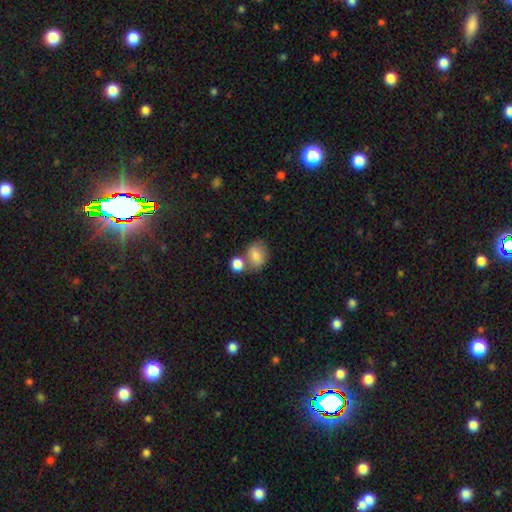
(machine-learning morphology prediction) smooth_or_featured: smooth (p=0.80) [alt: featured or disk p=0.11]
how_rounded: in between (p=0.51) [alt: round p=0.48]
merging: none (p=0.50) [alt: merger p=0.33]